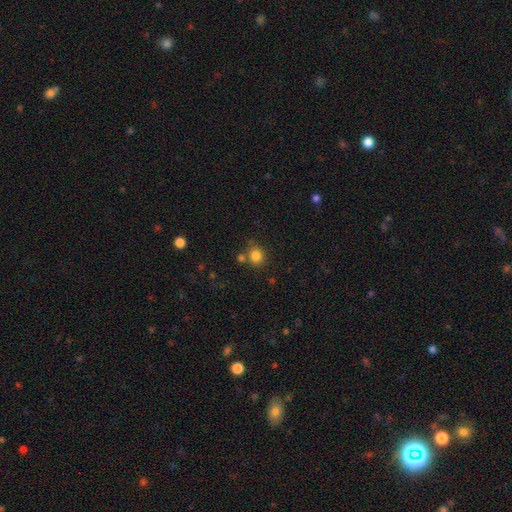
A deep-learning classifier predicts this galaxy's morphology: smooth_or_featured: smooth (p=0.83) [alt: star or artifact p=0.12]
how_rounded: round (p=0.78) [alt: in between p=0.21]
merging: none (p=0.72) [alt: merger p=0.13]